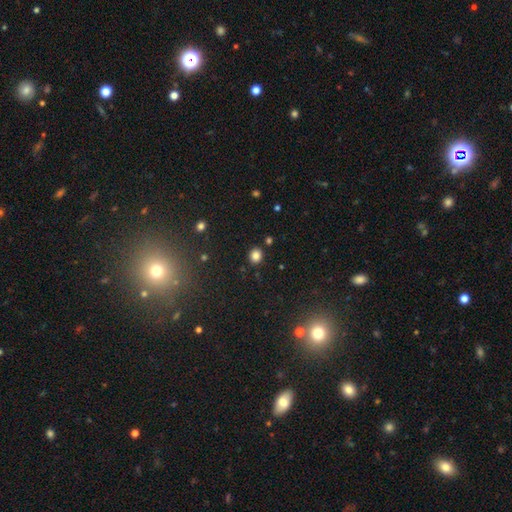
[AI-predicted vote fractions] Smooth or featured?
  - smooth: 83% *
  - star or artifact: 12%
  - featured or disk: 5%
How rounded?
  - round: 81% *
  - in between: 18%
  - cigar-shaped: 1%
Merging?
  - none: 89% *
  - minor disturbance: 7%
  - merger: 2%
  - major disturbance: 2%